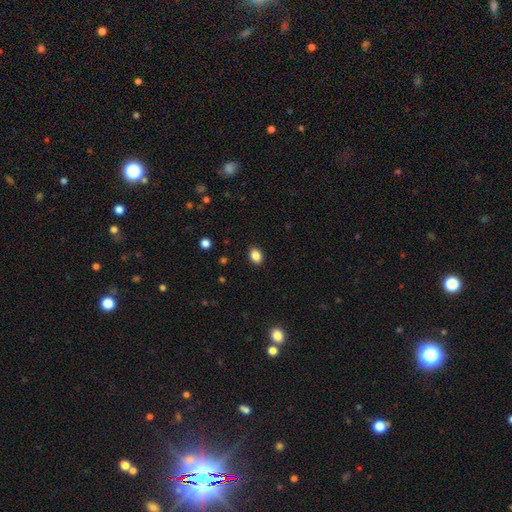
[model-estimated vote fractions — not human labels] The model was most divided on "how rounded": in between: 68%, round: 30%, cigar-shaped: 1%. More confident: merging — none (90%); smooth or featured — smooth (86%).